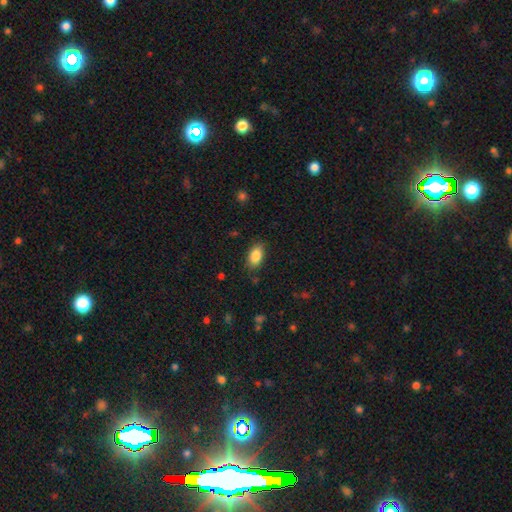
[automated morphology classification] This appears to be a smooth galaxy with no disk features (87%) that is in between round and cigar-shaped (91%). Merging: none (81%).